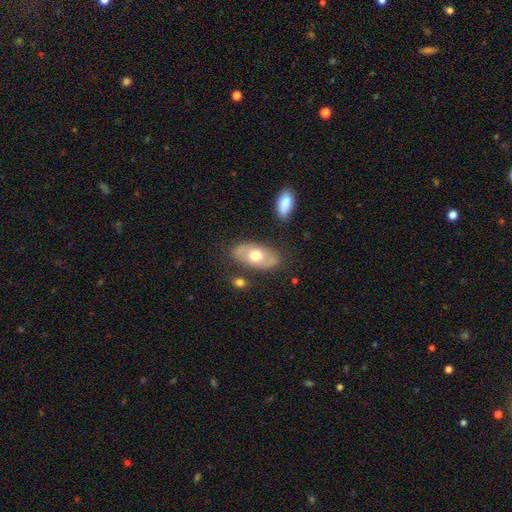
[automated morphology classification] A smooth galaxy with no disk features (55%) that is in between round and cigar-shaped (91%). Merging: none (78%).